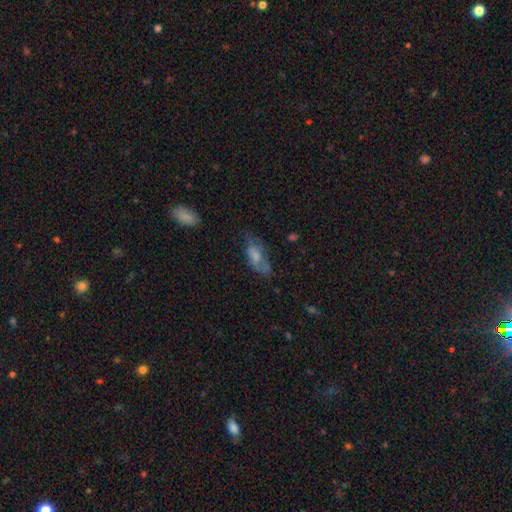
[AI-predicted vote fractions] Smooth or featured? Predicted: smooth (p=0.58). How rounded? Predicted: in between (p=0.82). Merging? Predicted: none (p=0.44).